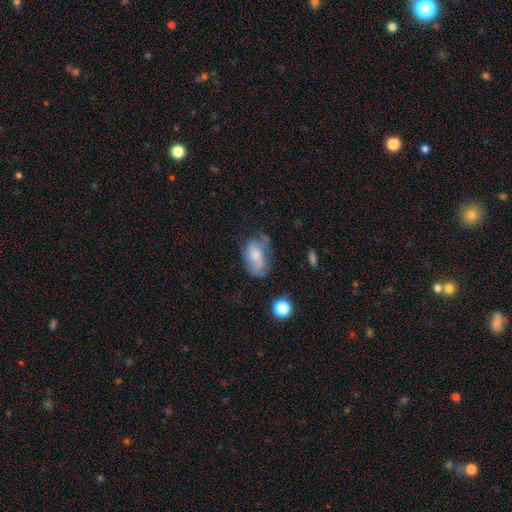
Smooth or featured? smooth (69%)
How rounded? in between (85%)
Merging? none (38%)